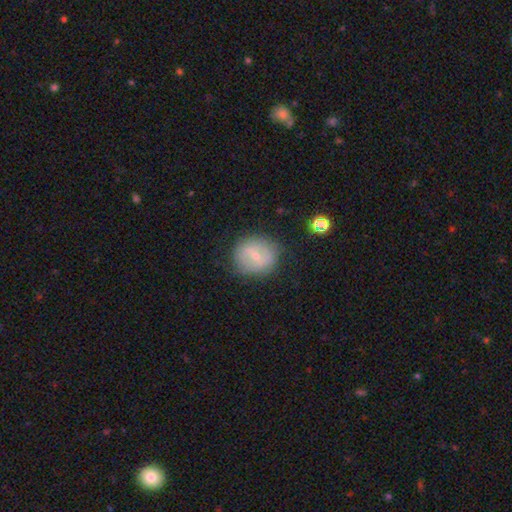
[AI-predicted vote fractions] This appears to be a smooth galaxy with no disk features (50%). Merging: none (77%).